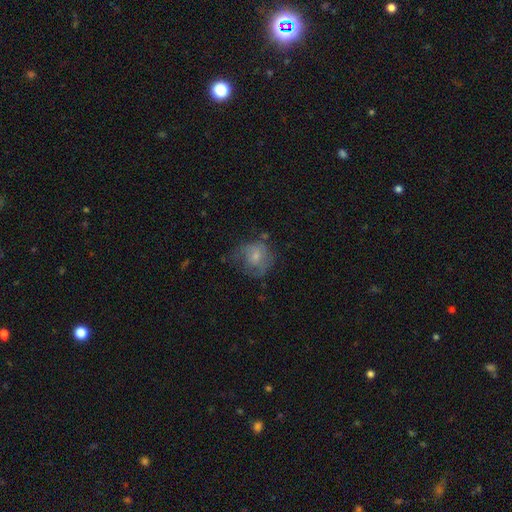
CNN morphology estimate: type=smooth (55%); roundness=round (69%); merging=none (43%).